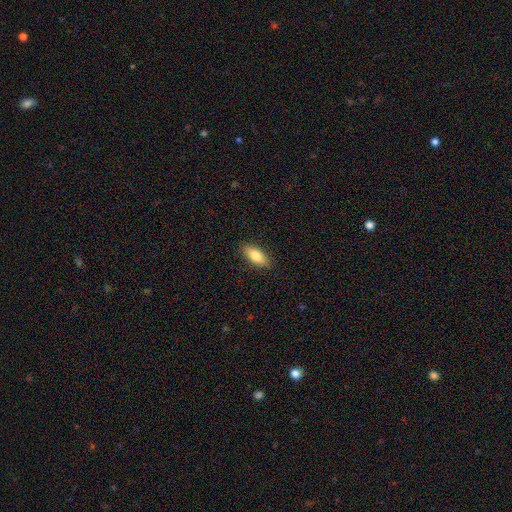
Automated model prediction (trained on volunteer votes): smooth-or-featured: smooth: 80% | featured or disk: 13% | star or artifact: 7%
  how-rounded: in between: 81% | cigar-shaped: 16% | round: 3%
  merging: none: 87% | minor disturbance: 10% | major disturbance: 2% | merger: 1%